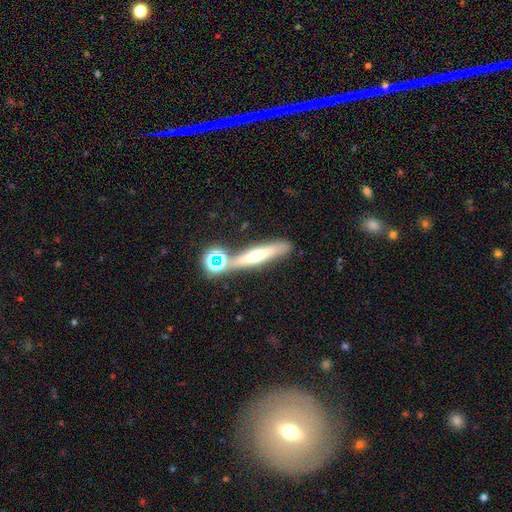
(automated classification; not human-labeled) The model was most divided on "smooth or featured": smooth: 44%, featured or disk: 40%, star or artifact: 16%. More confident: merging — none (72%).